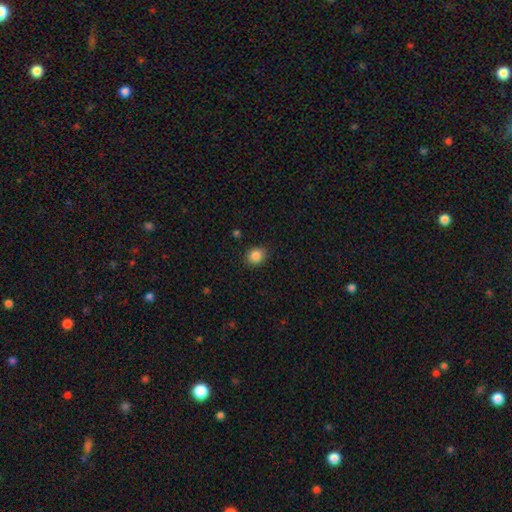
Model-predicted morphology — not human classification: Smooth or featured?
  - smooth: 87% *
  - star or artifact: 10%
  - featured or disk: 4%
How rounded?
  - round: 66% *
  - in between: 33%
  - cigar-shaped: 1%
Merging?
  - none: 87% *
  - minor disturbance: 9%
  - major disturbance: 2%
  - merger: 1%